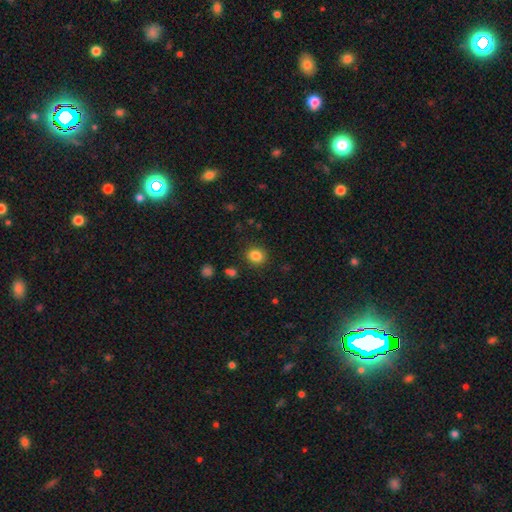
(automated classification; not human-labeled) Smooth or featured: smooth — 84% (star or artifact — 11%)
How rounded: round — 73% (in between — 26%)
Merging: none — 88% (minor disturbance — 8%)